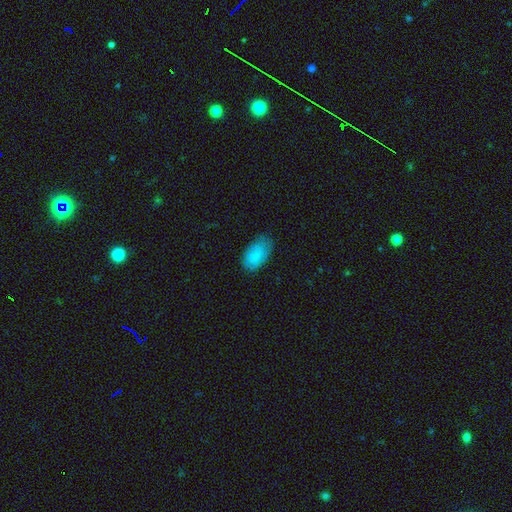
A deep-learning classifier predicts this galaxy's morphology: smooth 84%, featured or disk 10%, star or artifact 7%. Down the decision tree: how rounded — in between (94%); merging — none (67%).